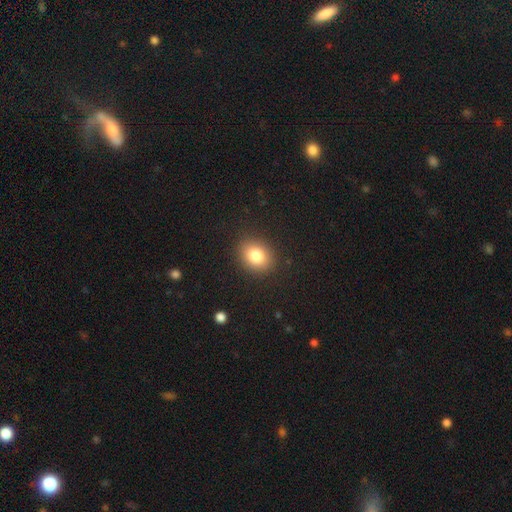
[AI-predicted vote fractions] A smooth galaxy with no disk features (81%) that is round (51%).

Vote fractions:
- Smooth or featured? smooth: 81% / star or artifact: 10% / featured or disk: 9%
- How rounded? round: 51% / in between: 48% / cigar-shaped: 1%
- Merging? none: 89% / minor disturbance: 7% / major disturbance: 3% / merger: 1%